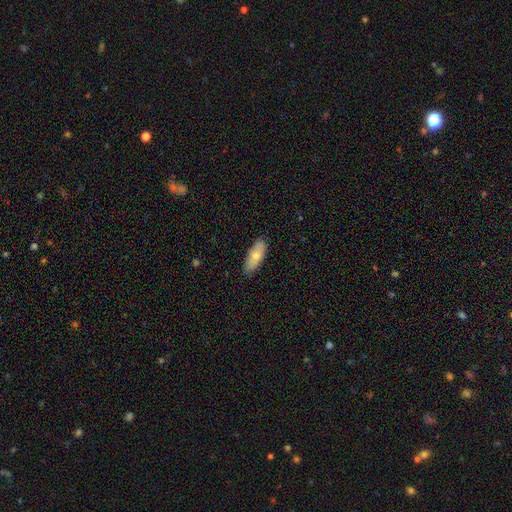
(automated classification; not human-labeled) A smooth galaxy with no disk features (70%) that is in between round and cigar-shaped (75%). Merging: none (83%).